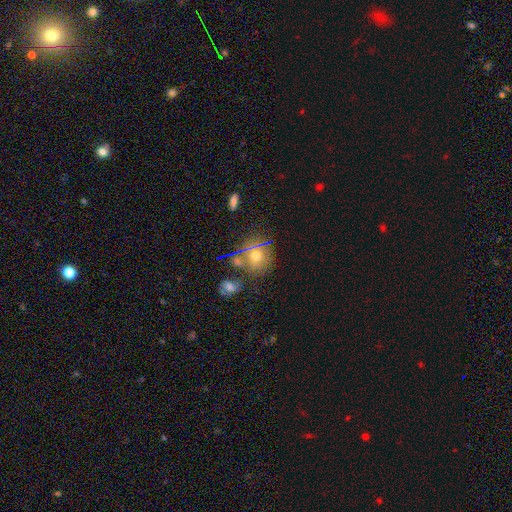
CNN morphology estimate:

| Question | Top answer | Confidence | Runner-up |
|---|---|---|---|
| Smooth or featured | smooth | 54% | star or artifact (28%) |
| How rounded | round | 82% | in between (16%) |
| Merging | none | 65% | merger (14%) |